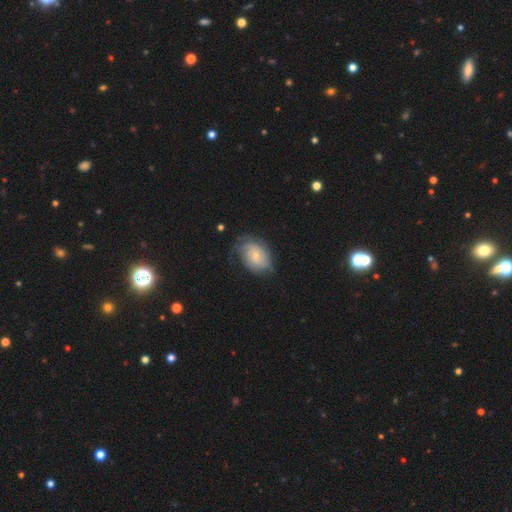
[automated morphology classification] featured or disk 59%, smooth 34%, star or artifact 7%. Down the decision tree: edge-on disk — no (96%); bar — no (65%); spiral arms — yes (85%); bulge size — small (59%); merging — none (55%).